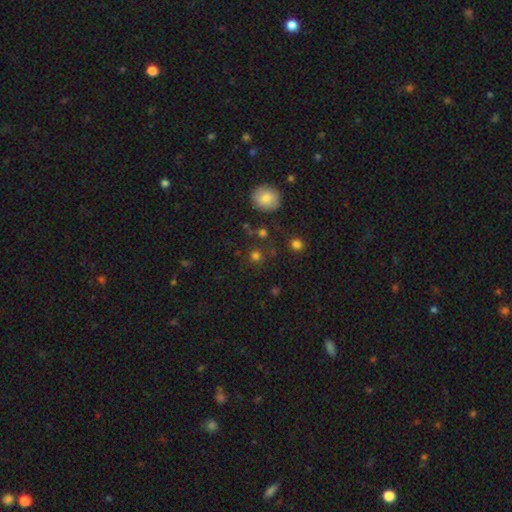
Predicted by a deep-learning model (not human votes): The model was most divided on "smooth or featured": smooth: 73%, star or artifact: 20%, featured or disk: 7%. More confident: how rounded — round (90%); merging — none (79%).